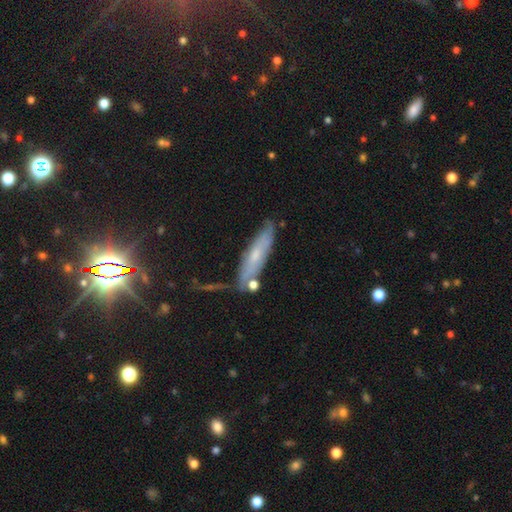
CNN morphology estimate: Q: Smooth or featured?
A: featured or disk (46%); runner-up: smooth (42%)
Q: Merging?
A: none (68%); runner-up: minor disturbance (20%)